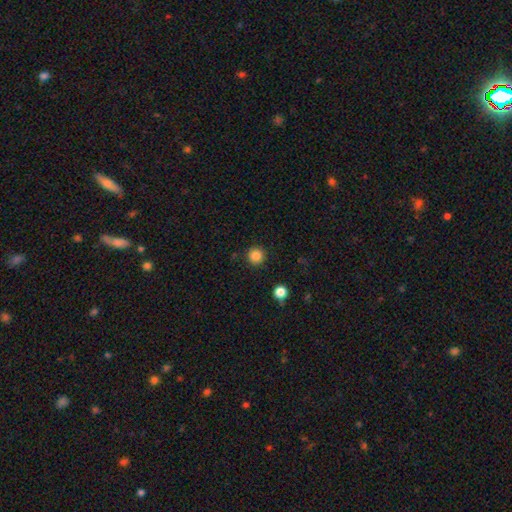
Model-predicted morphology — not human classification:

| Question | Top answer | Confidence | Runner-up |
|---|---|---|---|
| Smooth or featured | smooth | 86% | star or artifact (11%) |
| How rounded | round | 96% | in between (3%) |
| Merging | none | 91% | minor disturbance (5%) |